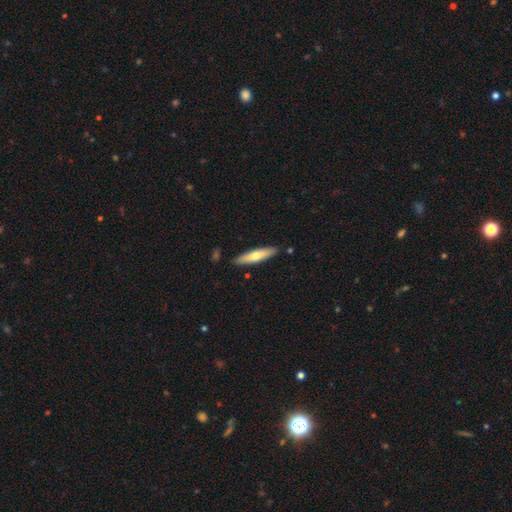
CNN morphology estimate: Smooth or featured: smooth — 60% (featured or disk — 35%)
How rounded: cigar-shaped — 81% (in between — 18%)
Merging: none — 86% (minor disturbance — 10%)